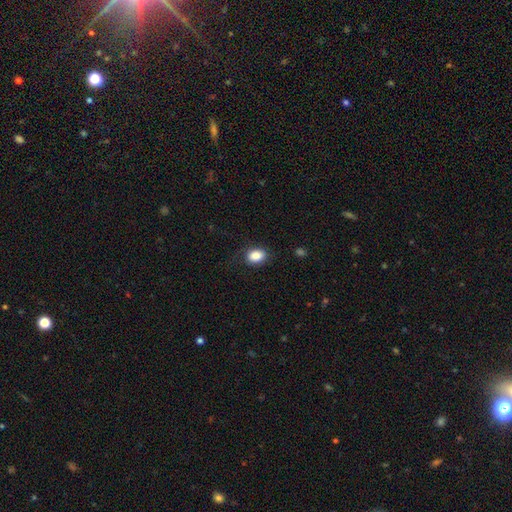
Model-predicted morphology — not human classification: Smooth or featured: smooth — 86% (star or artifact — 8%)
How rounded: in between — 75% (round — 24%)
Merging: none — 77% (minor disturbance — 16%)